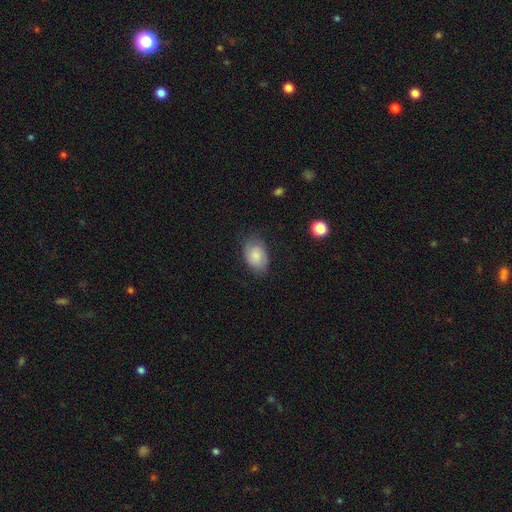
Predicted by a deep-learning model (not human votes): A smooth galaxy with no disk features (79%) that is in between round and cigar-shaped (84%).

Vote fractions:
- Smooth or featured? smooth: 79% / featured or disk: 14% / star or artifact: 7%
- How rounded? in between: 84% / round: 14% / cigar-shaped: 1%
- Merging? none: 74% / minor disturbance: 19% / major disturbance: 5% / merger: 1%